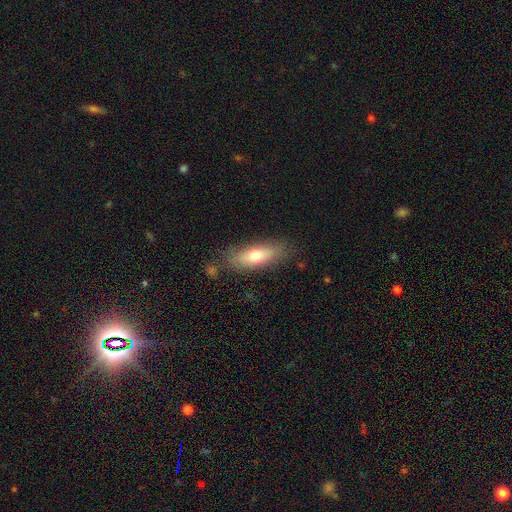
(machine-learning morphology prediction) smooth_or_featured: smooth (p=0.68) [alt: featured or disk p=0.26]
how_rounded: in between (p=0.55) [alt: cigar-shaped p=0.42]
merging: none (p=0.79) [alt: minor disturbance p=0.14]